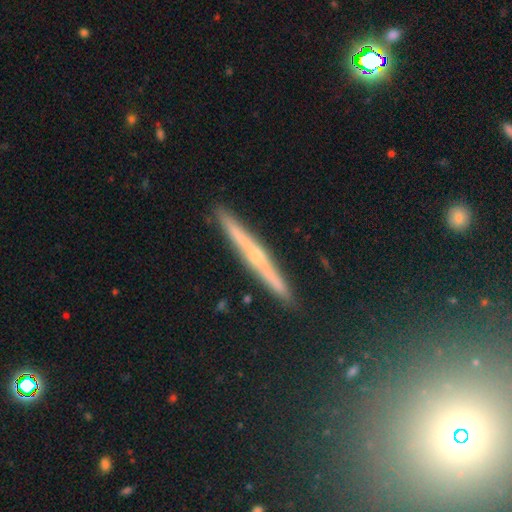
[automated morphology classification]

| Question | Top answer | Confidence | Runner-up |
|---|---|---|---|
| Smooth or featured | featured or disk | 74% | smooth (19%) |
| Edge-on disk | yes | 98% | no (2%) |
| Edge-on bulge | rounded | 67% | none (28%) |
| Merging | none | 91% | minor disturbance (6%) |